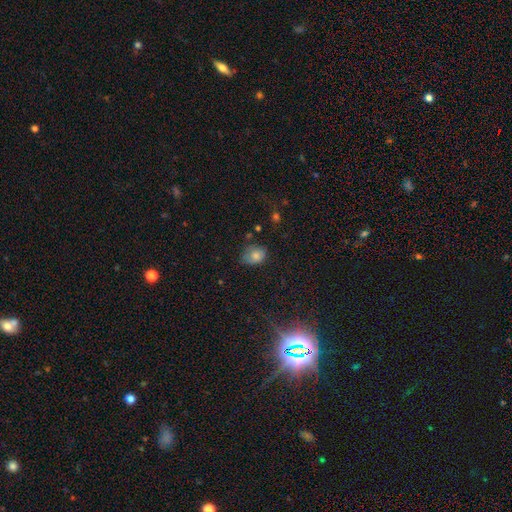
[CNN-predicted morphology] A smooth galaxy with no disk features (76%) that is in between round and cigar-shaped (61%). Merging: none (55%).